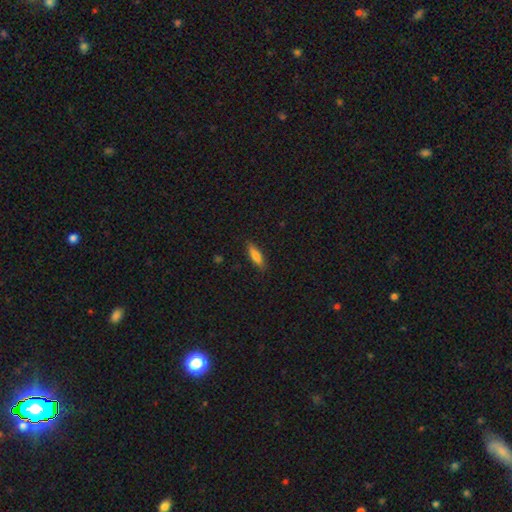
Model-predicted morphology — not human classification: smooth-or-featured: smooth: 76% | featured or disk: 17% | star or artifact: 7%
  how-rounded: cigar-shaped: 67% | in between: 31% | round: 2%
  merging: none: 87% | minor disturbance: 10% | major disturbance: 2% | merger: 1%